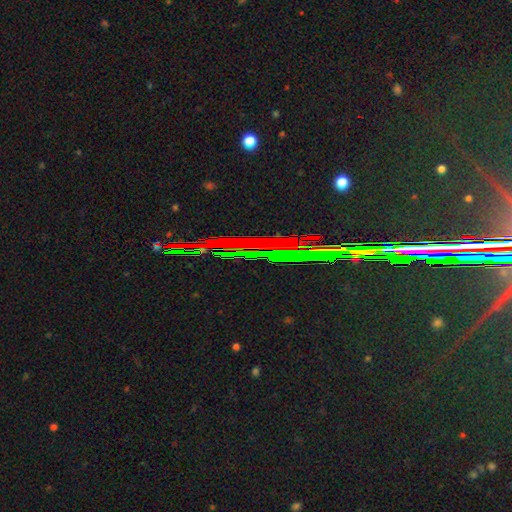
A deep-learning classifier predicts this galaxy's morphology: Q: Smooth or featured?
A: star or artifact (77%); runner-up: featured or disk (12%)